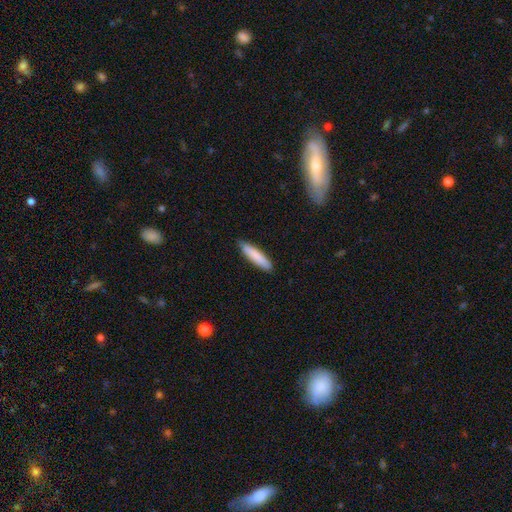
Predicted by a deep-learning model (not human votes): Morphology: type=smooth (86%); roundness=cigar-shaped (82%); merging=none (88%).